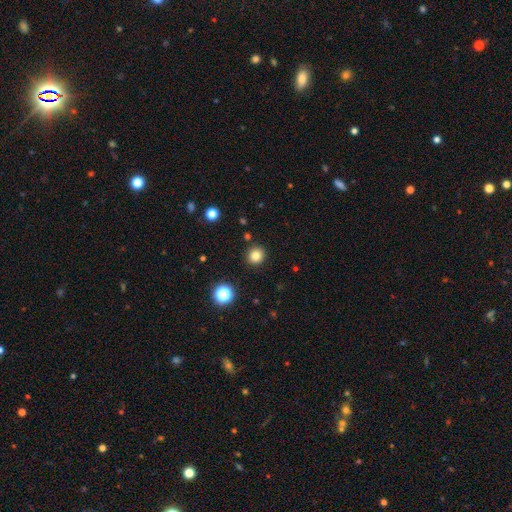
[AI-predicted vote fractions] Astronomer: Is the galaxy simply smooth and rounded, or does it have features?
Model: smooth — 81%.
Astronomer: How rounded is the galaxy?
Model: round — 90%.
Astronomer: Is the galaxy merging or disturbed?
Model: none — 90%.